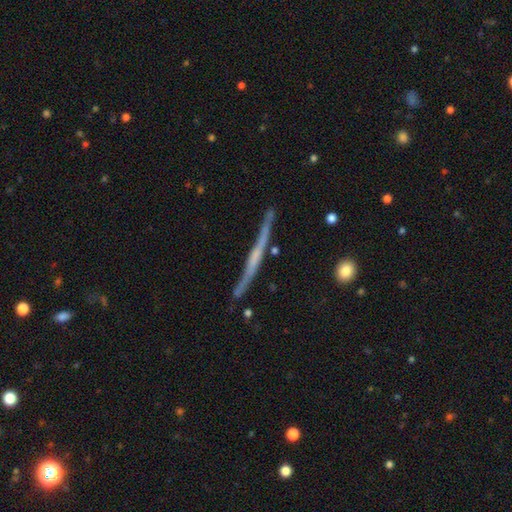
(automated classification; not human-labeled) featured or disk 71%, smooth 23%, star or artifact 6%. Down the decision tree: edge-on disk — yes (98%); edge-on bulge — none (64%); merging — none (86%).